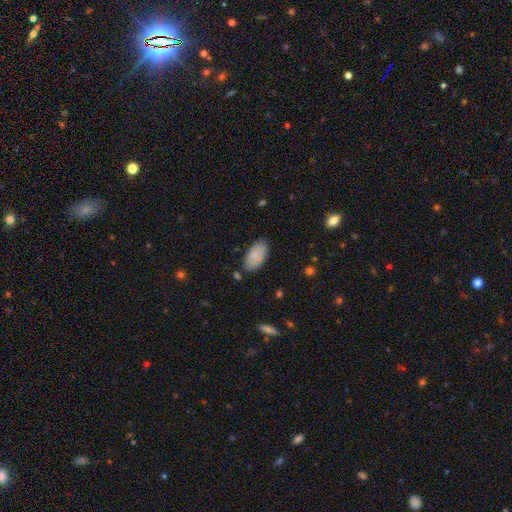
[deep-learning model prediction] A smooth galaxy with no disk features (88%) that is in between round and cigar-shaped (94%). Merging: none (82%).